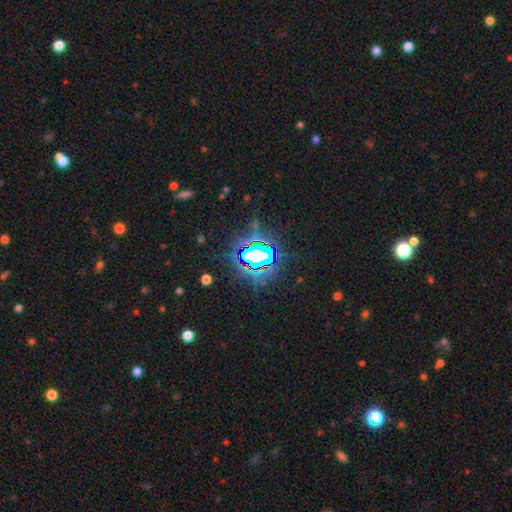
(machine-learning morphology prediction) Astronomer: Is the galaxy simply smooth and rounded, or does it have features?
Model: star or artifact — 76%.